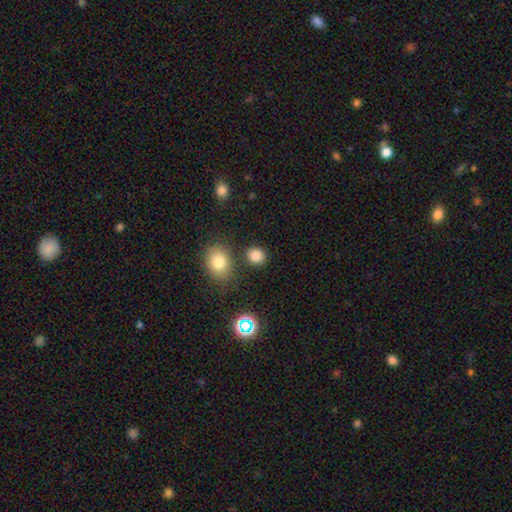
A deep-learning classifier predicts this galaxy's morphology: The model was most divided on "how rounded": round: 77%, in between: 22%, cigar-shaped: 1%. More confident: smooth or featured — smooth (83%); merging — none (83%).